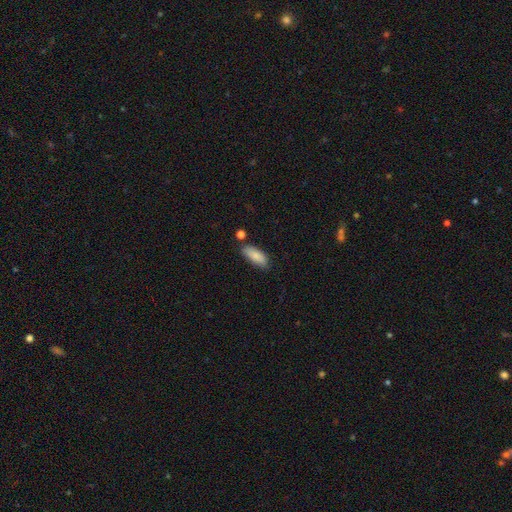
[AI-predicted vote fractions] smooth-or-featured: smooth: 84% | featured or disk: 9% | star or artifact: 7%
  how-rounded: in between: 78% | cigar-shaped: 20% | round: 2%
  merging: none: 74% | minor disturbance: 17% | merger: 5% | major disturbance: 3%